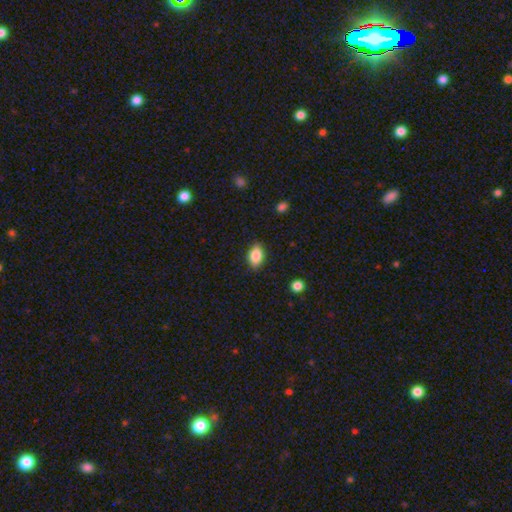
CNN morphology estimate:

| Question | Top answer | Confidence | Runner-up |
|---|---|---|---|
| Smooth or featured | smooth | 83% | featured or disk (9%) |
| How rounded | in between | 85% | round (12%) |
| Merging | none | 83% | minor disturbance (13%) |